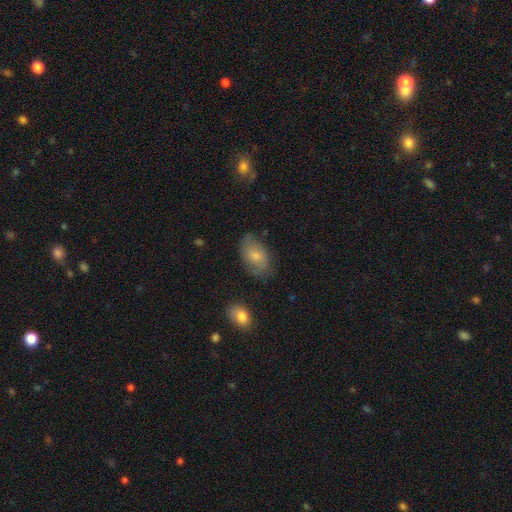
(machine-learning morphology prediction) This is likely a smooth galaxy (69%). How rounded: clearly in between (92%). Merging: likely none (69%).